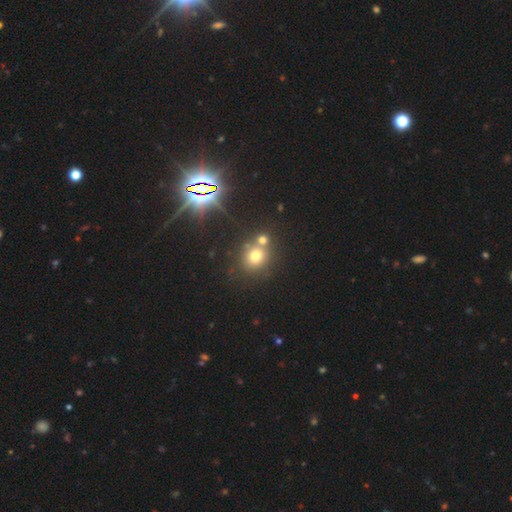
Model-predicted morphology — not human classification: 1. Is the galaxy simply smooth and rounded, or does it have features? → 70% smooth, 19% star or artifact, 11% featured or disk.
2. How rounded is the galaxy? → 79% round, 20% in between, 1% cigar-shaped.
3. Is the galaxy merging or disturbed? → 55% none, 33% merger, 9% minor disturbance, 4% major disturbance.